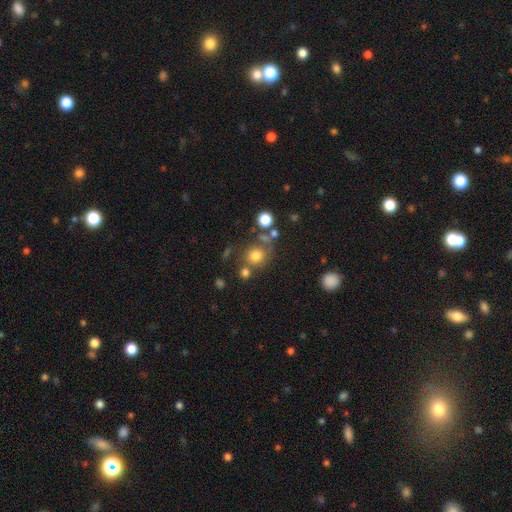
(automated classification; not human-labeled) Overall: smooth (75%). How rounded: round (86%). Merging: none (62%).